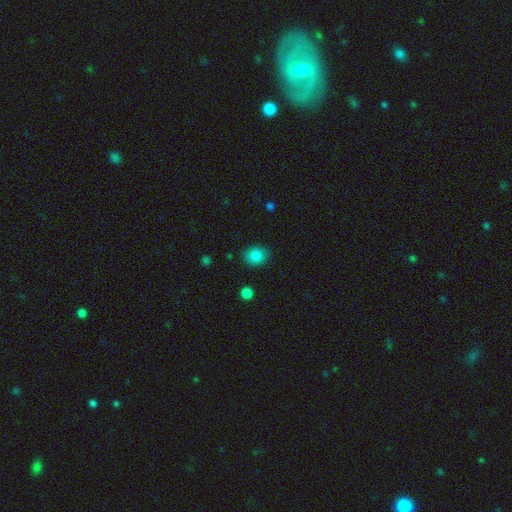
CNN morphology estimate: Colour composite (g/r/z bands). It shows a smooth galaxy with no disk features (84%) that is round (68%). Merging: none (86%).